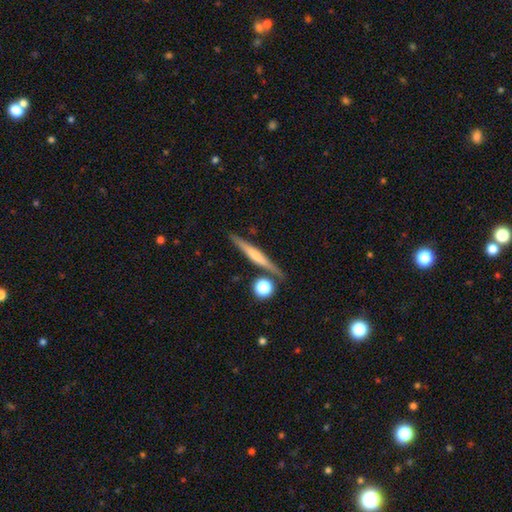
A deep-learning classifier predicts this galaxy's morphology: The model was most divided on "edge-on bulge": rounded: 47%, none: 32%, boxy: 21%. More confident: edge-on disk — yes (96%); merging — none (82%); smooth or featured — featured or disk (56%).